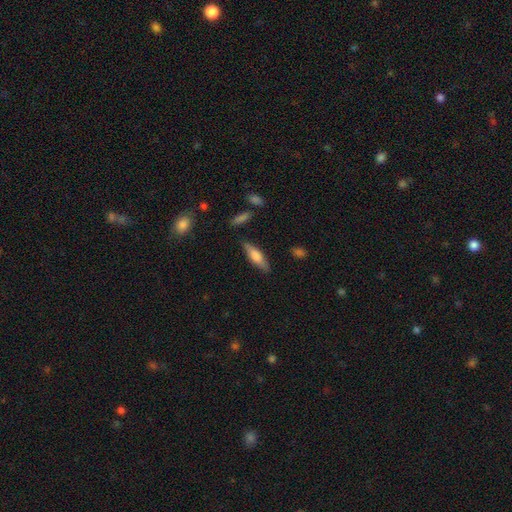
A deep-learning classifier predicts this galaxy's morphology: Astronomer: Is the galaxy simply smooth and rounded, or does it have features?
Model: smooth — 60%.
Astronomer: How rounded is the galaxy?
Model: cigar-shaped — 62%.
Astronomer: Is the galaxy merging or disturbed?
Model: none — 83%.